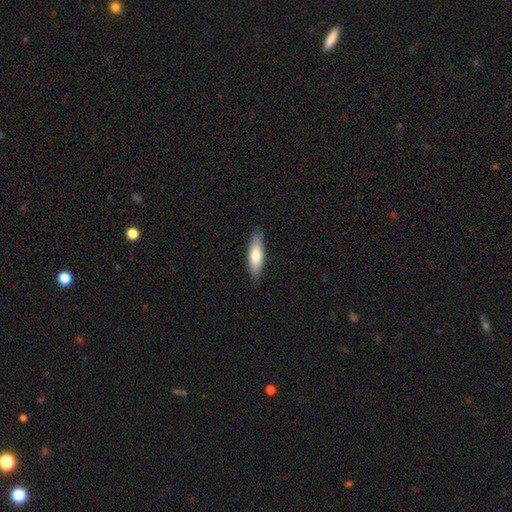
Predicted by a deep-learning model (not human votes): smooth 72%, featured or disk 23%, star or artifact 5%. Down the decision tree: how rounded — cigar-shaped (62%); merging — none (88%).